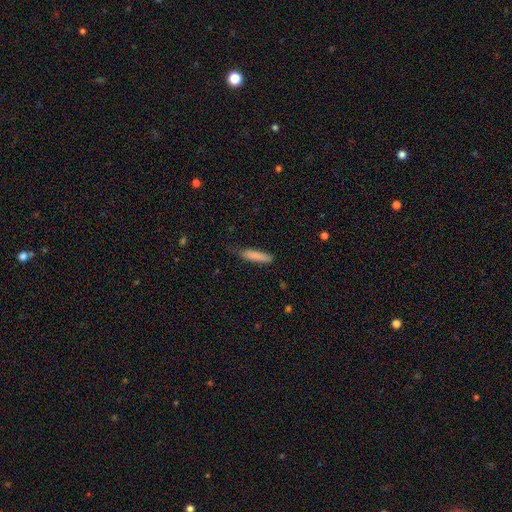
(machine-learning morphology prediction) This appears to be a smooth galaxy with no disk features (84%) that is cigar-shaped (82%). Merging: none (66%).